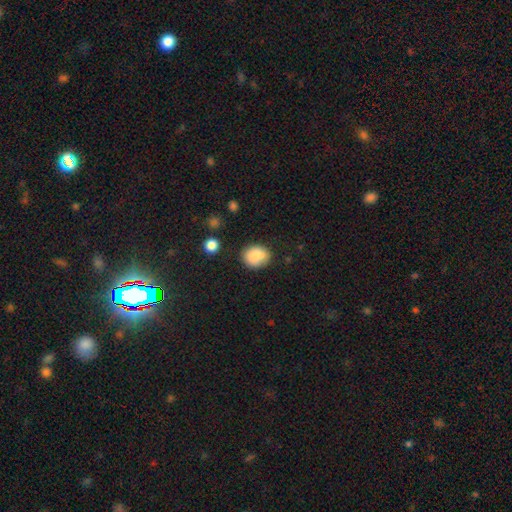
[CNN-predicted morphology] The model was most divided on "how rounded": round: 59%, in between: 40%, cigar-shaped: 1%. More confident: smooth or featured — smooth (84%); merging — none (69%).